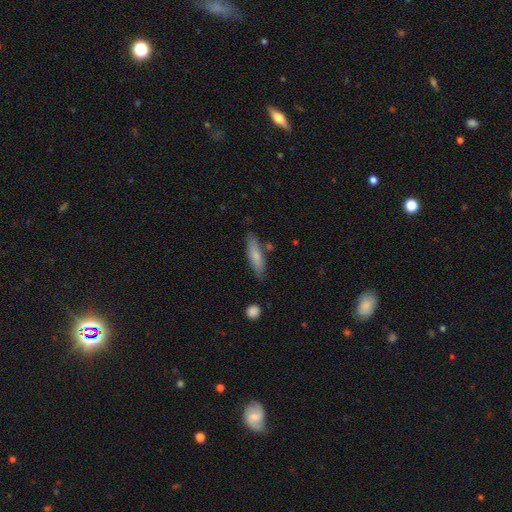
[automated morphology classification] This appears to be a smooth galaxy with no disk features (73%) that is cigar-shaped (69%). Merging: none (79%).